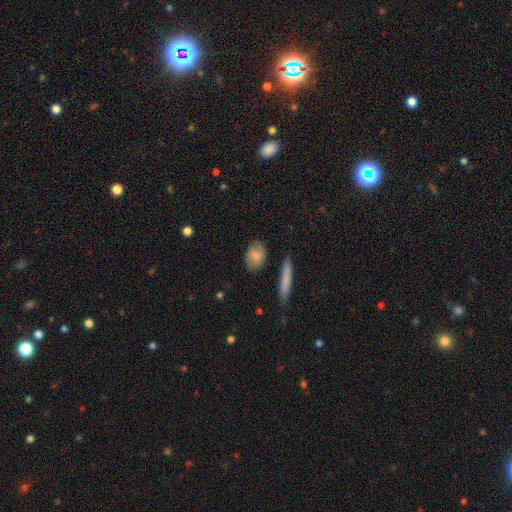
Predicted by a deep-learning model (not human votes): Overall: smooth (80%). How rounded: in between (72%). Merging: none (79%).